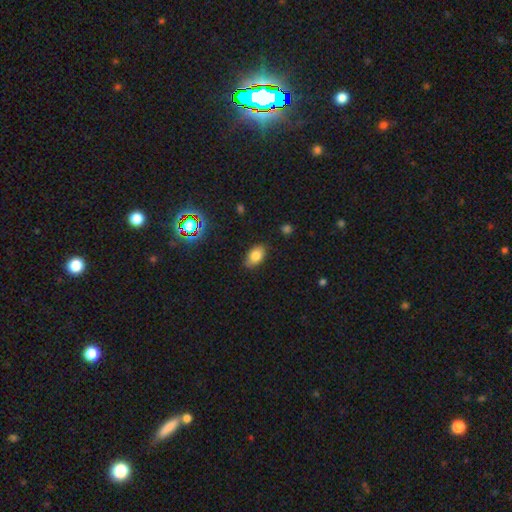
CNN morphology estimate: This appears to be a smooth galaxy with no disk features (80%) that is in between round and cigar-shaped (90%). Merging: none (81%).